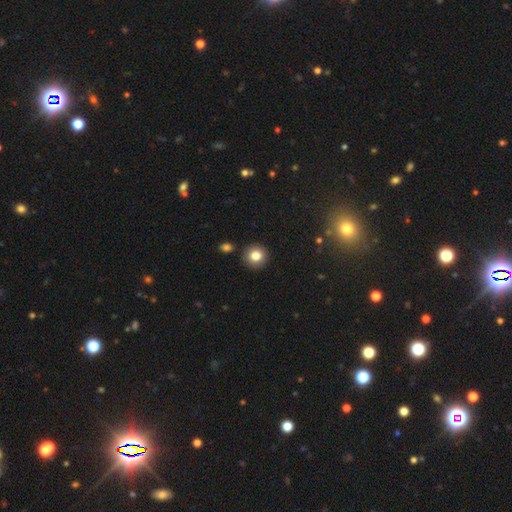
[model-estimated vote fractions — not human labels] The model was most divided on "smooth or featured": smooth: 82%, star or artifact: 10%, featured or disk: 8%. More confident: how rounded — round (92%); merging — none (90%).